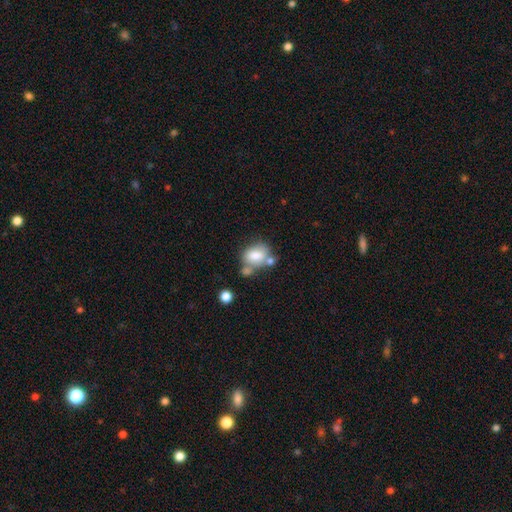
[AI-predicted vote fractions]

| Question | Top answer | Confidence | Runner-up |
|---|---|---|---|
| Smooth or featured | smooth | 75% | featured or disk (16%) |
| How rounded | in between | 70% | round (28%) |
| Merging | none | 42% | merger (32%) |